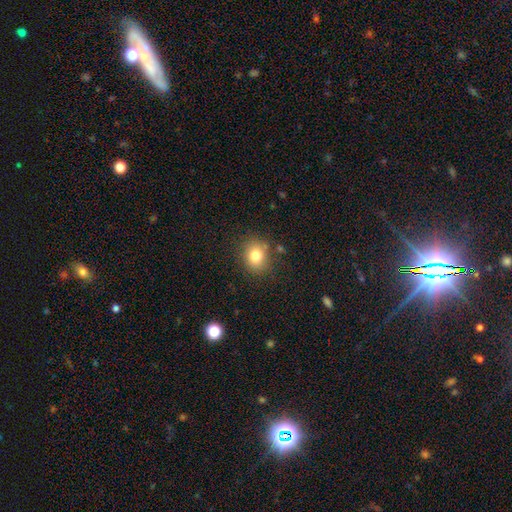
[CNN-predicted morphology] Smooth or featured: smooth — 80% (star or artifact — 11%)
How rounded: round — 66% (in between — 33%)
Merging: none — 80% (minor disturbance — 12%)